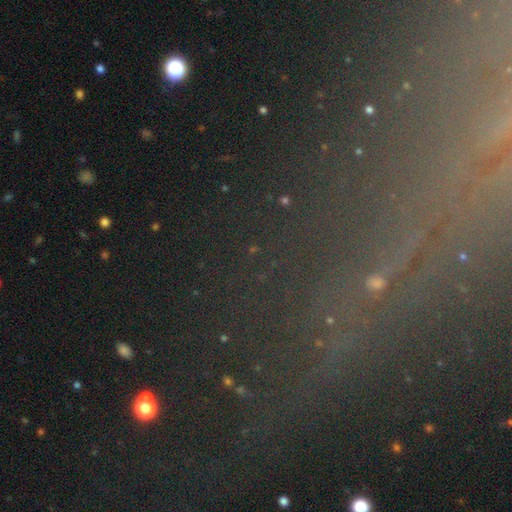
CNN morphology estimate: The model was most divided on "smooth or featured": star or artifact: 72%, smooth: 15%, featured or disk: 13%.